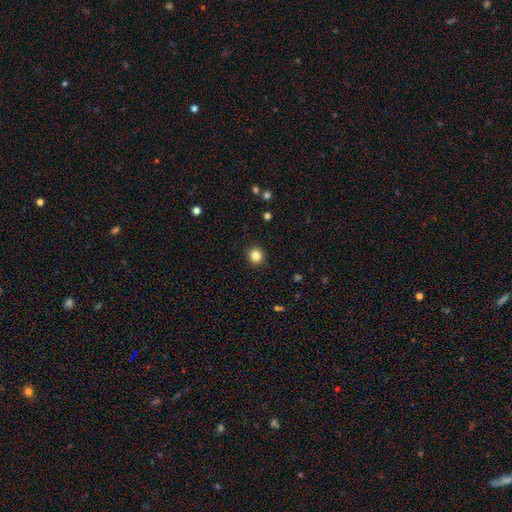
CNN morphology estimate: Q: Smooth or featured?
A: smooth (85%); runner-up: star or artifact (11%)
Q: How rounded?
A: round (91%); runner-up: in between (8%)
Q: Merging?
A: none (92%); runner-up: minor disturbance (5%)